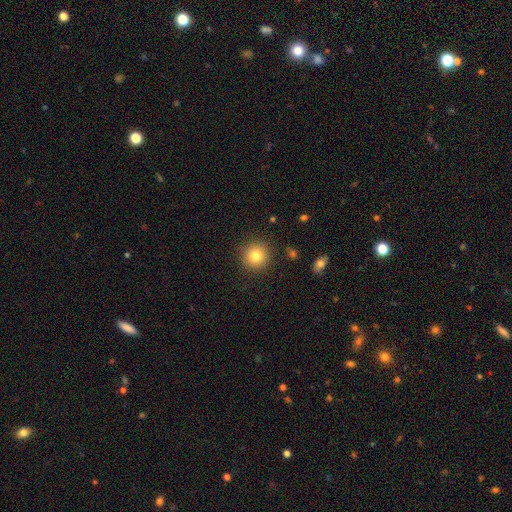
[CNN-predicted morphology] The model was most divided on "smooth or featured": smooth: 81%, star or artifact: 11%, featured or disk: 9%. More confident: how rounded — round (94%); merging — none (90%).